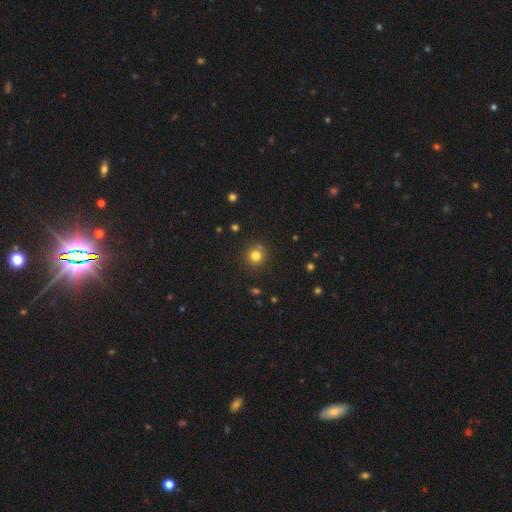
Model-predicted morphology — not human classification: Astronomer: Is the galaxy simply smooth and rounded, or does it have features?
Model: smooth — 79%.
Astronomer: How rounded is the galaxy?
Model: round — 92%.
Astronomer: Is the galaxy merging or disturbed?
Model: none — 81%.